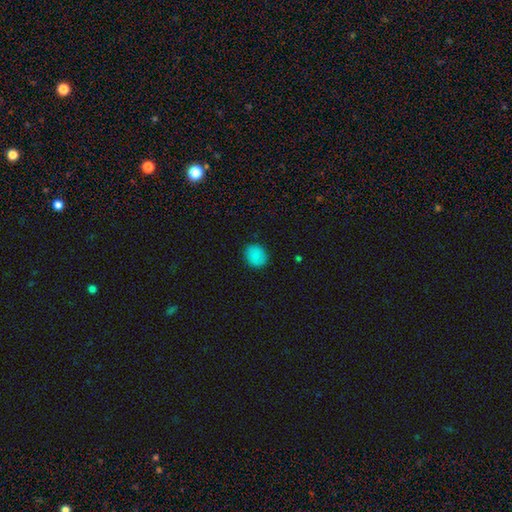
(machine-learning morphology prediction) Q: Smooth or featured?
A: smooth (84%); runner-up: star or artifact (10%)
Q: How rounded?
A: round (70%); runner-up: in between (29%)
Q: Merging?
A: none (86%); runner-up: minor disturbance (11%)